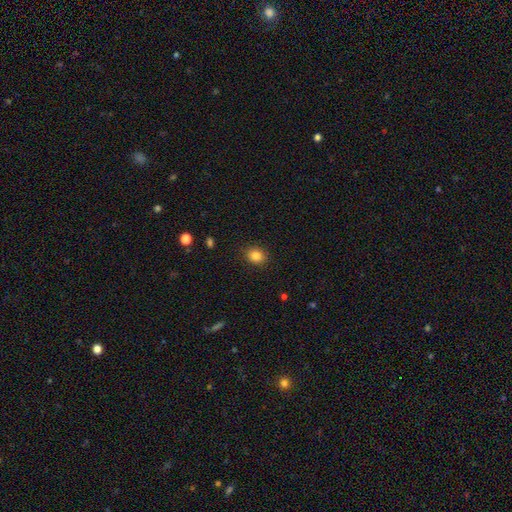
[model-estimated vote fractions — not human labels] Smooth or featured? smooth (84%)
How rounded? round (62%)
Merging? none (88%)